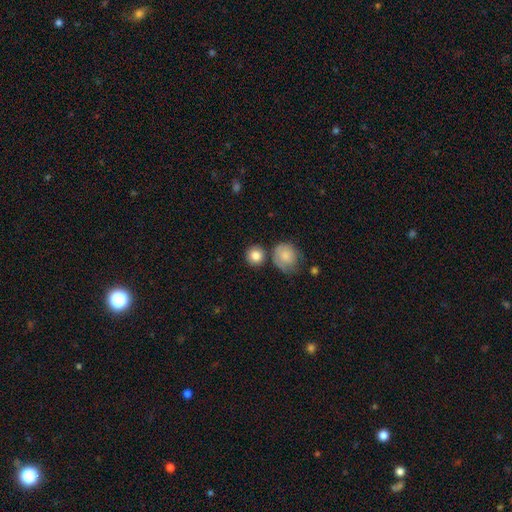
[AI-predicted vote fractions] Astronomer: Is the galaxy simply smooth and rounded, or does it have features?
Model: smooth — 84%.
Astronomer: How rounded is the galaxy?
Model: round — 88%.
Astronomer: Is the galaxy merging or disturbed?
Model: none — 73%.